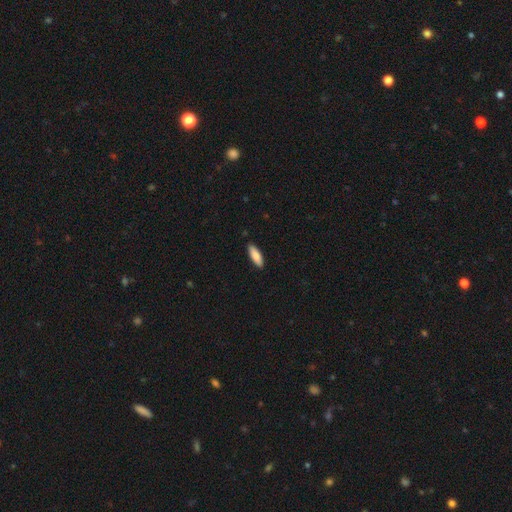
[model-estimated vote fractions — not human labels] This appears to be a smooth galaxy with no disk features (86%) that is in between round and cigar-shaped (53%). Merging: none (89%).